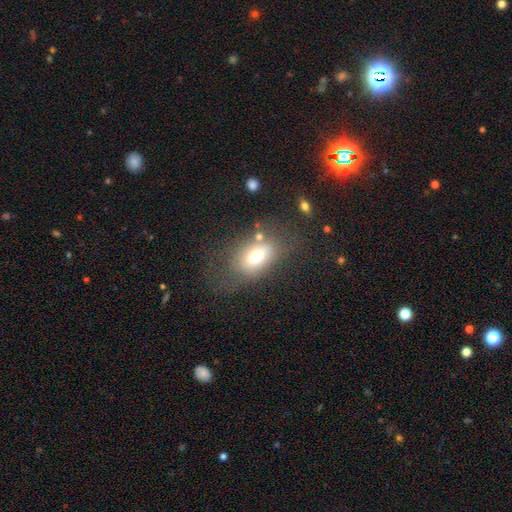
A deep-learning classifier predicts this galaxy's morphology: smooth_or_featured: smooth (p=0.68) [alt: featured or disk p=0.21]
how_rounded: in between (p=0.81) [alt: round p=0.17]
merging: none (p=0.57) [alt: minor disturbance p=0.20]